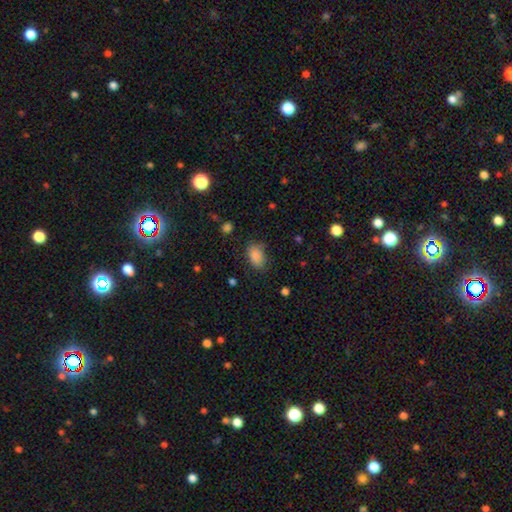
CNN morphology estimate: Smooth or featured?
  - smooth: 87% *
  - star or artifact: 9%
  - featured or disk: 5%
How rounded?
  - in between: 88% *
  - round: 10%
  - cigar-shaped: 2%
Merging?
  - none: 72% *
  - minor disturbance: 21%
  - major disturbance: 6%
  - merger: 2%